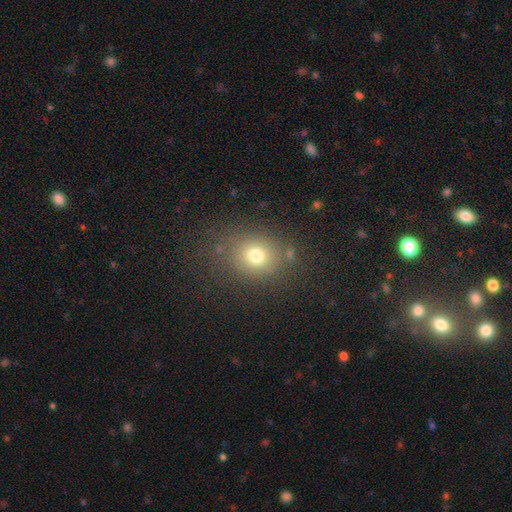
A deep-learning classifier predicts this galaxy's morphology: Overall: smooth (74%). How rounded: round (62%; in between 37%). Merging: none (78%).